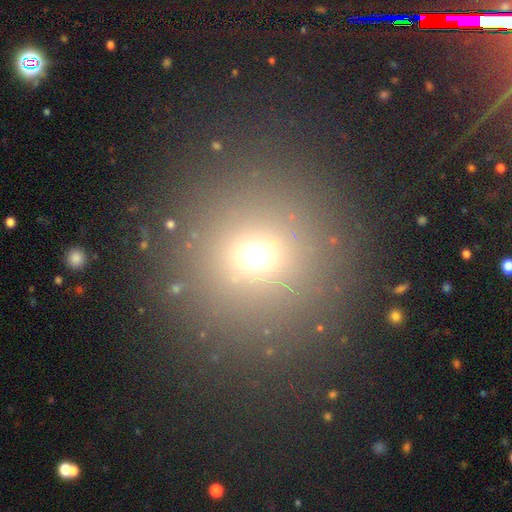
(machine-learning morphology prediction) type=smooth (62%); roundness=round (93%); merging=none (87%).